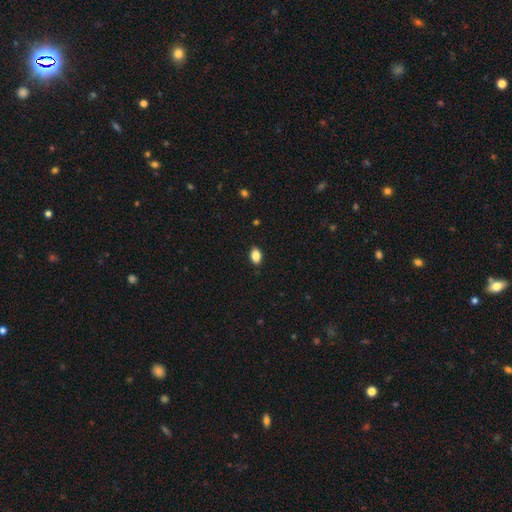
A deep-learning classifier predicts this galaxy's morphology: smooth 85%, star or artifact 9%, featured or disk 6%. Down the decision tree: how rounded — in between (86%); merging — none (89%).